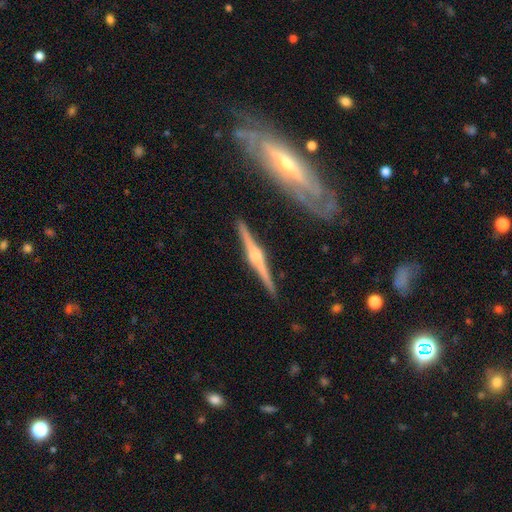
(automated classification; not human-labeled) smooth_or_featured: featured or disk (p=0.87) [alt: smooth p=0.09]
disk_edge_on: yes (p=0.98) [alt: no p=0.02]
edge_on_bulge: rounded (p=0.89) [alt: boxy p=0.07]
merging: none (p=0.88) [alt: minor disturbance p=0.08]